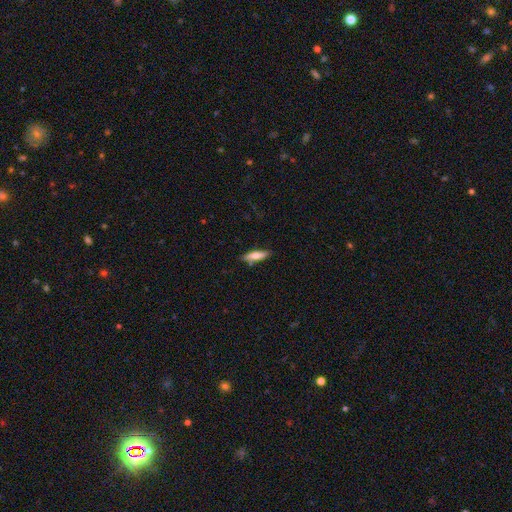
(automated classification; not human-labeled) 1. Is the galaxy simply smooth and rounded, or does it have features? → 70% smooth, 24% featured or disk, 6% star or artifact.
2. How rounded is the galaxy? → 63% cigar-shaped, 35% in between, 2% round.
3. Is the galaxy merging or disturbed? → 81% none, 13% minor disturbance, 4% merger, 2% major disturbance.